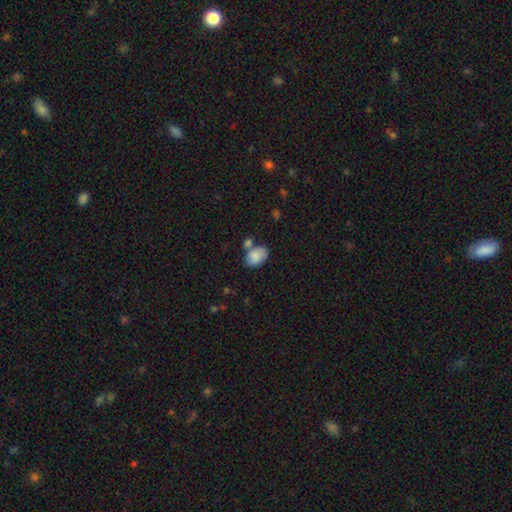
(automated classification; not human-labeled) A smooth galaxy with no disk features (82%) that is in between round and cigar-shaped (84%).

Vote fractions:
- Smooth or featured? smooth: 82% / featured or disk: 11% / star or artifact: 7%
- How rounded? in between: 84% / round: 14% / cigar-shaped: 1%
- Merging? none: 50% / merger: 26% / minor disturbance: 18% / major disturbance: 6%